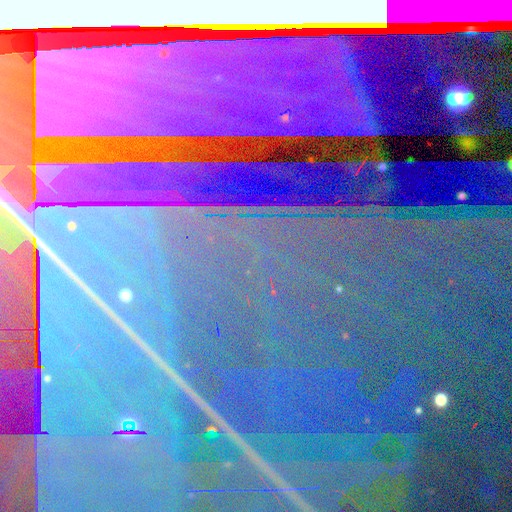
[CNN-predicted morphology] A star or artifact, not a galaxy (88%).